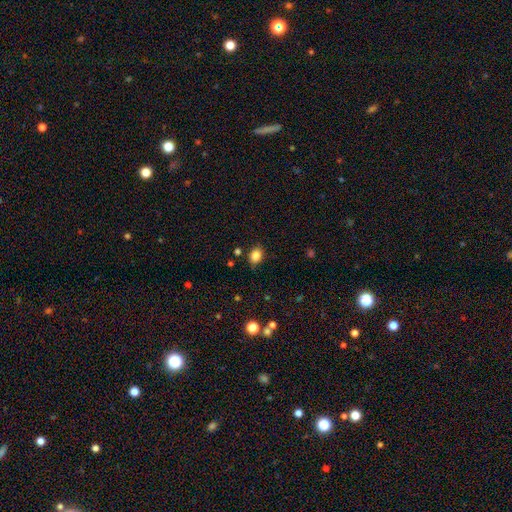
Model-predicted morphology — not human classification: Smooth or featured?
  - smooth: 84% *
  - star or artifact: 11%
  - featured or disk: 5%
How rounded?
  - in between: 59% *
  - round: 40%
  - cigar-shaped: 1%
Merging?
  - none: 81% *
  - minor disturbance: 14%
  - major disturbance: 3%
  - merger: 2%